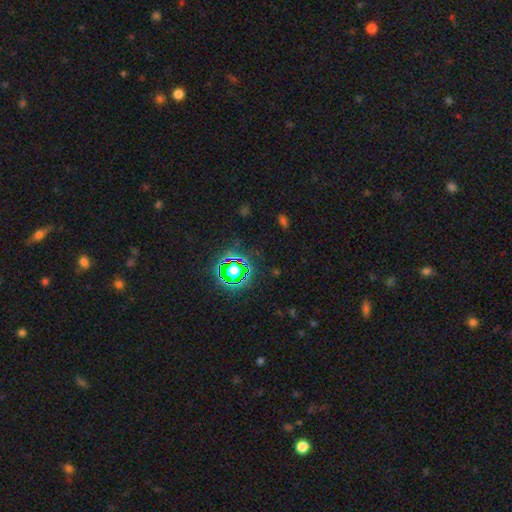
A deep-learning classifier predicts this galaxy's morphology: A star or artifact, not a galaxy (76%).